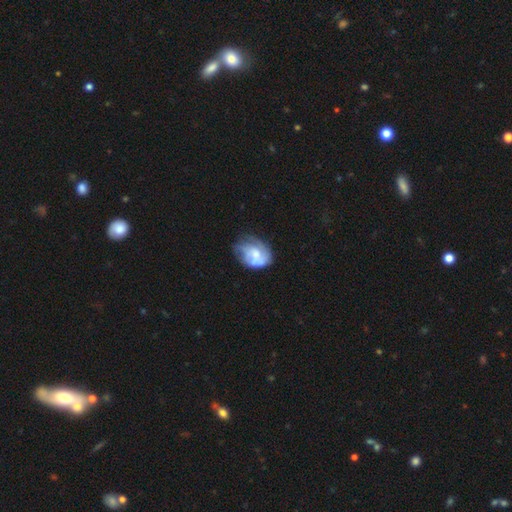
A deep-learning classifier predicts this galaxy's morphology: smooth-or-featured: featured or disk: 51% | smooth: 42% | star or artifact: 8%
  disk-edge-on: no: 98% | yes: 2%
  merging: none: 40% | minor disturbance: 33% | major disturbance: 23% | merger: 4%